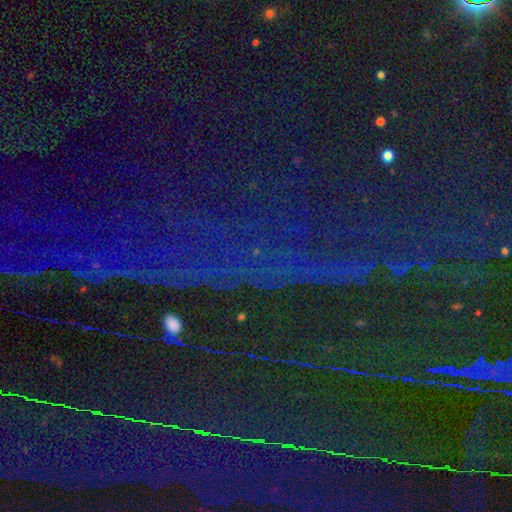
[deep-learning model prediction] The model was most divided on "smooth or featured": star or artifact: 85%, featured or disk: 7%, smooth: 7%.